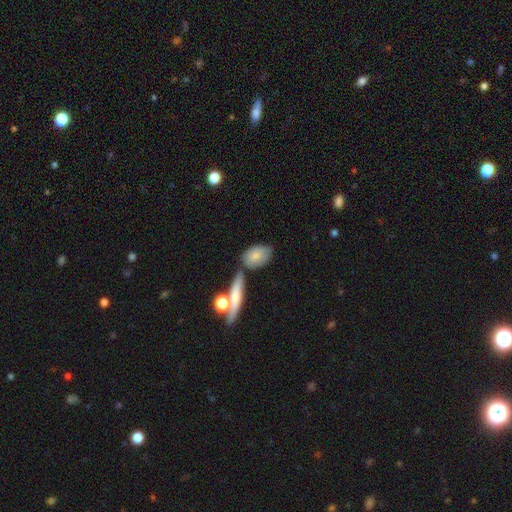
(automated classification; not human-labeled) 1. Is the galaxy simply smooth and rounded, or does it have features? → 75% smooth, 18% featured or disk, 7% star or artifact.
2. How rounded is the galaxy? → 85% in between, 9% round, 6% cigar-shaped.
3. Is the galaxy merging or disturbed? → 55% none, 20% merger, 19% minor disturbance, 6% major disturbance.